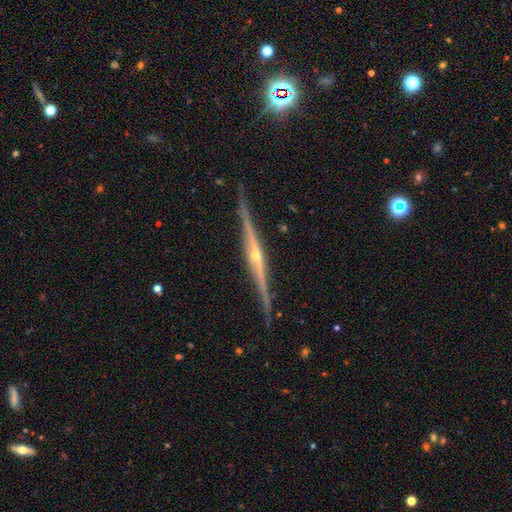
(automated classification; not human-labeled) The model was most divided on "edge-on bulge": rounded: 84%, none: 10%, boxy: 6%. More confident: edge-on disk — yes (98%); merging — none (91%); smooth or featured — featured or disk (86%).